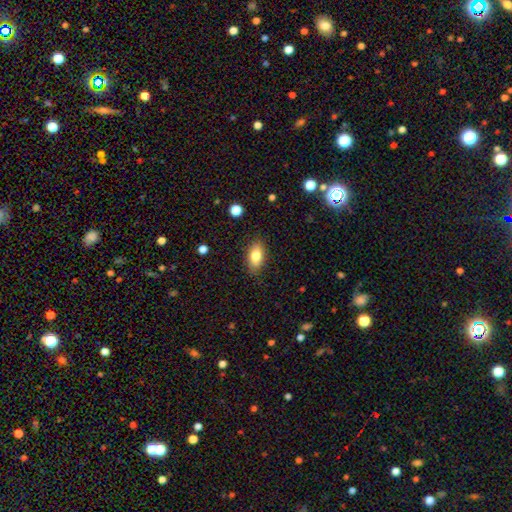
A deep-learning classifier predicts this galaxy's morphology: smooth 79%, featured or disk 13%, star or artifact 8%. Down the decision tree: how rounded — in between (87%); merging — none (85%).